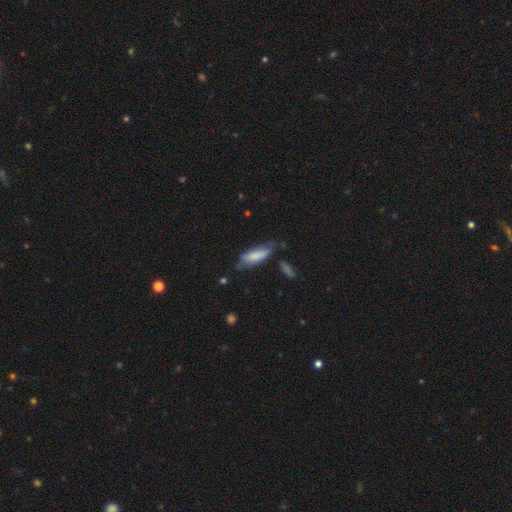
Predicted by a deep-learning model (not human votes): Smooth or featured: smooth — 74% (featured or disk — 20%)
How rounded: in between — 57% (cigar-shaped — 41%)
Merging: none — 49% (minor disturbance — 33%)